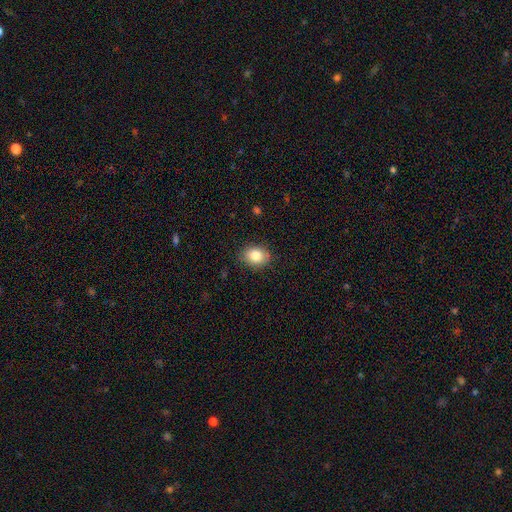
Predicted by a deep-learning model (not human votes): Smooth or featured: smooth — 83% (star or artifact — 9%)
How rounded: in between — 54% (round — 45%)
Merging: none — 84% (minor disturbance — 12%)